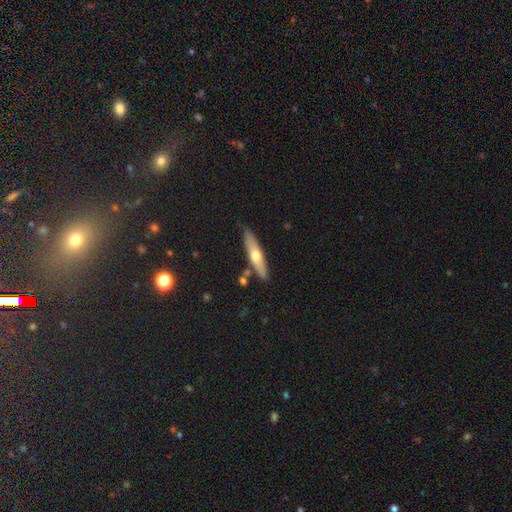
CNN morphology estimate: Smooth or featured?
  - smooth: 50% *
  - featured or disk: 44%
  - star or artifact: 6%
How rounded?
  - cigar-shaped: 76% *
  - in between: 22%
  - round: 2%
Merging?
  - none: 83% *
  - minor disturbance: 11%
  - merger: 4%
  - major disturbance: 2%